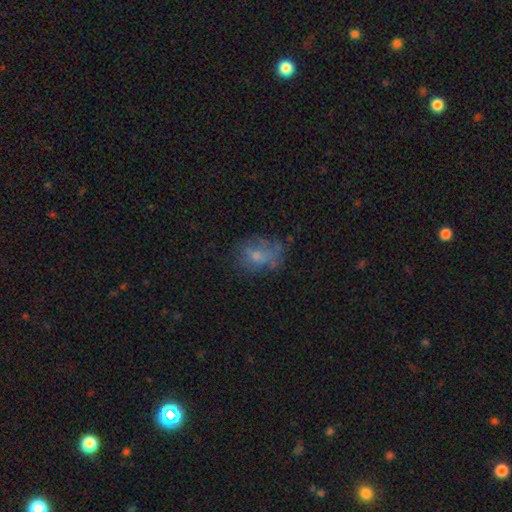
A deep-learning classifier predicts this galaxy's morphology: Smooth or featured? Predicted: smooth (p=0.54). How rounded? Predicted: in between (p=0.69). Merging? Predicted: none (p=0.48).